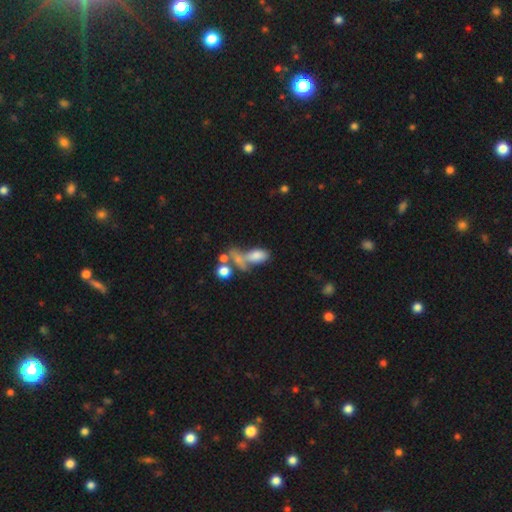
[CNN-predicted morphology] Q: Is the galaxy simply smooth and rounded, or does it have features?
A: smooth — 67%.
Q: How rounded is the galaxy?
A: in between — 82%.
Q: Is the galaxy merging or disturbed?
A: merger — 44%.